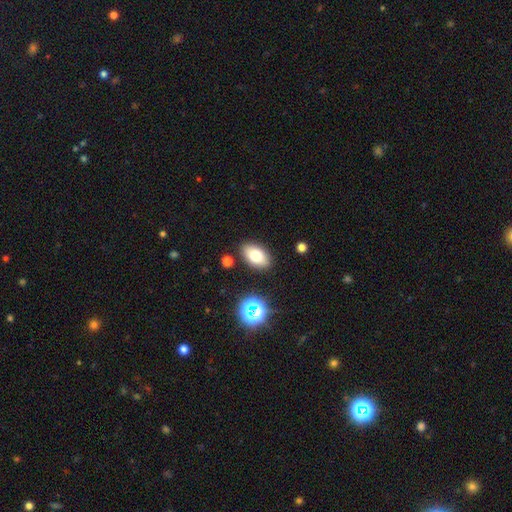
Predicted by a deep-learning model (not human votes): The model was most divided on "smooth or featured": smooth: 76%, featured or disk: 13%, star or artifact: 11%. More confident: how rounded — in between (91%); merging — none (86%).